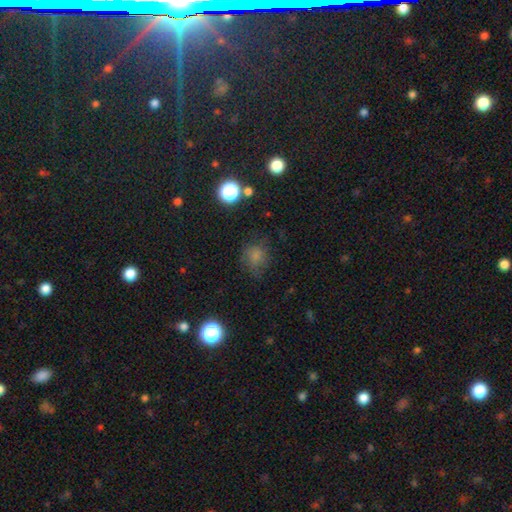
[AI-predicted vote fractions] Smooth or featured? smooth (73%)
How rounded? round (80%)
Merging? none (67%)